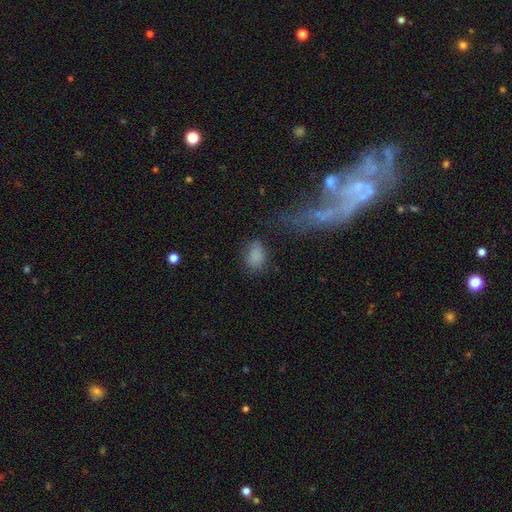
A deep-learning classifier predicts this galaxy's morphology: Smooth or featured? smooth (83%)
How rounded? in between (81%)
Merging? none (64%)